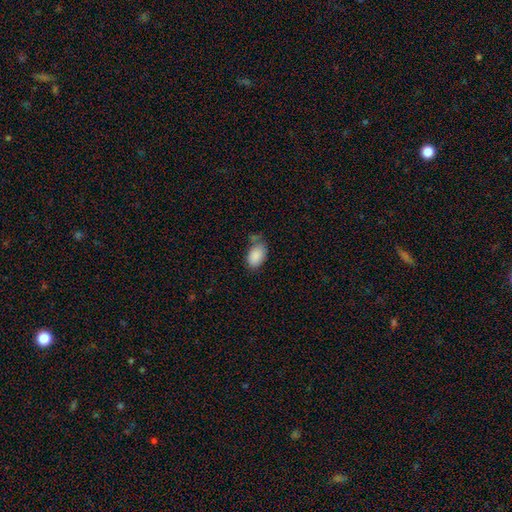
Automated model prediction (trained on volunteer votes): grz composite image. It shows a smooth galaxy with no disk features (88%) that is in between round and cigar-shaped (90%). Merging: none (59%).